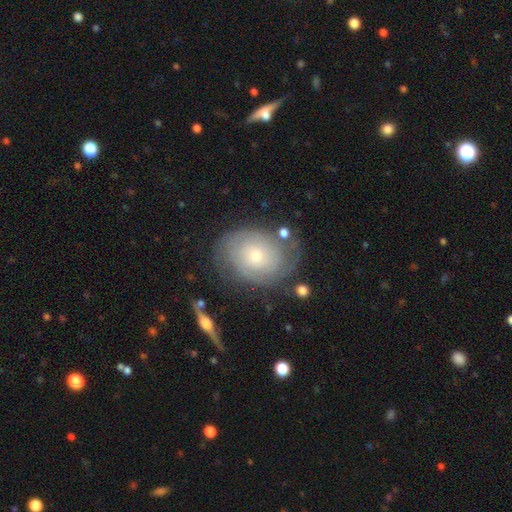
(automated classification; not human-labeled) smooth-or-featured: featured or disk: 71% | smooth: 22% | star or artifact: 7%
  disk-edge-on: no: 96% | yes: 4%
    bar: no: 82% | weak: 15% | strong: 3%
    has-spiral-arms: yes: 86% | no: 14%
      spiral-winding: tight: 74% | medium: 19% | loose: 7%
      spiral-arm-count: can't tell: 47% | 2: 27% | 3: 10% | 4: 6% | 1: 5% | more than 4: 4%
    bulge-size: small: 67% | moderate: 28% | large: 2% | none: 1% | dominant: 1%
  merging: none: 70% | minor disturbance: 19% | major disturbance: 8% | merger: 3%